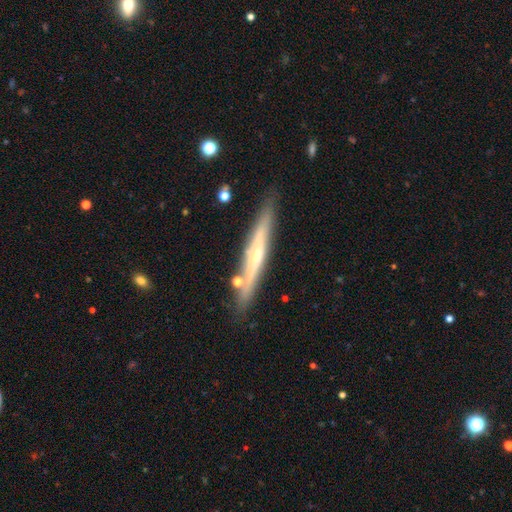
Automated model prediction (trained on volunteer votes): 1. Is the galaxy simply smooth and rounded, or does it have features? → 63% featured or disk, 31% smooth, 6% star or artifact.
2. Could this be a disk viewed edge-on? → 94% yes, 6% no.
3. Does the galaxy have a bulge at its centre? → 59% rounded, 35% none, 6% boxy.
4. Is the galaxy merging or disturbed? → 83% none, 11% minor disturbance, 4% merger, 2% major disturbance.